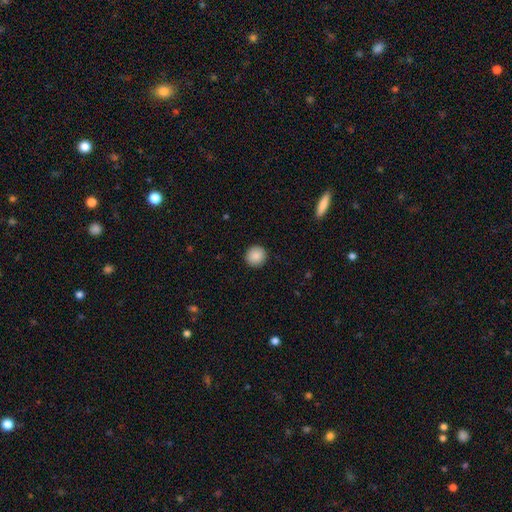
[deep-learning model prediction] Smooth or featured?
  - smooth: 88% *
  - star or artifact: 8%
  - featured or disk: 4%
How rounded?
  - round: 94% *
  - in between: 5%
  - cigar-shaped: 1%
Merging?
  - none: 92% *
  - minor disturbance: 5%
  - major disturbance: 2%
  - merger: 1%